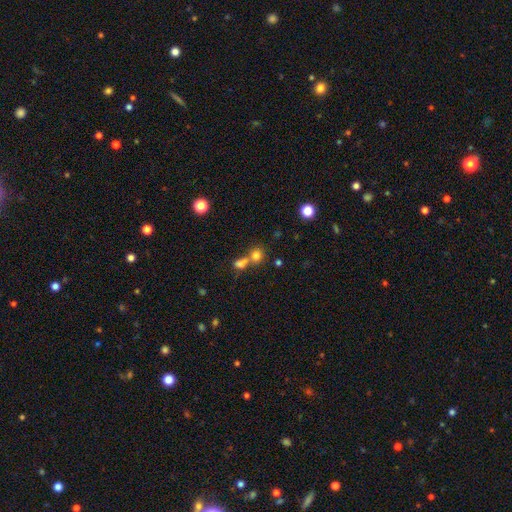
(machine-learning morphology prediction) smooth 77%, star or artifact 14%, featured or disk 9%. Down the decision tree: how rounded — round (78%); merging — merger (48%).